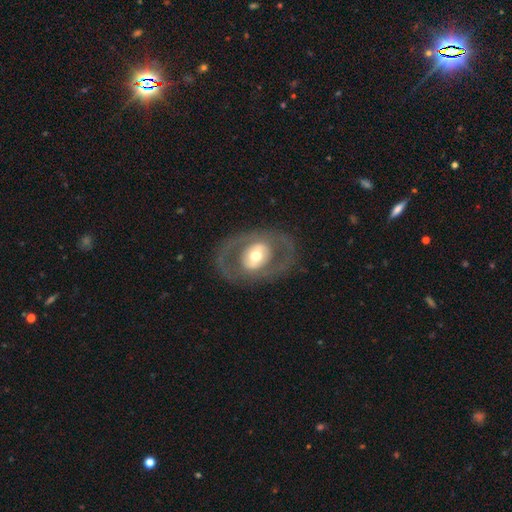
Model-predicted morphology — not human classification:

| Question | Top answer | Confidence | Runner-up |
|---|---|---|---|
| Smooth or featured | featured or disk | 66% | smooth (29%) |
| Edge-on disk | no | 92% | yes (8%) |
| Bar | no | 58% | weak (25%) |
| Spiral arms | no | 71% | yes (29%) |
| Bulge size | moderate | 64% | large (22%) |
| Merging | none | 77% | minor disturbance (11%) |